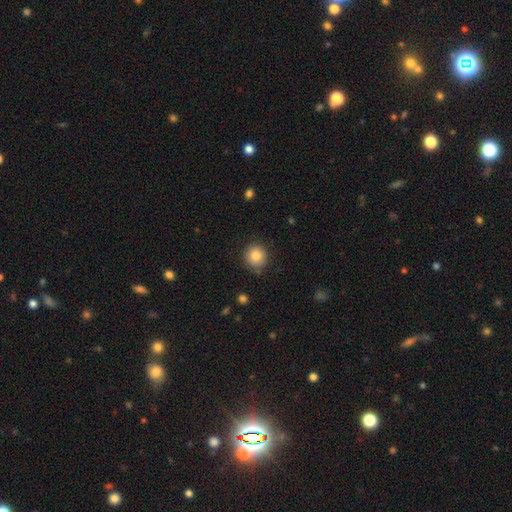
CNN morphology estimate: This appears to be a smooth galaxy with no disk features (83%) that is round (92%). Merging: none (87%).